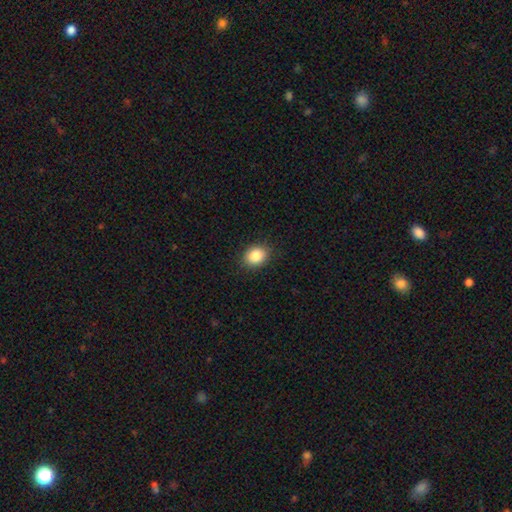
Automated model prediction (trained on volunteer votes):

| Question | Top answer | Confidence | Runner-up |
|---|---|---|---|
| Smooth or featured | smooth | 86% | star or artifact (9%) |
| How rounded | round | 50% | tied: in between (50%) |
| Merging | none | 89% | minor disturbance (8%) |